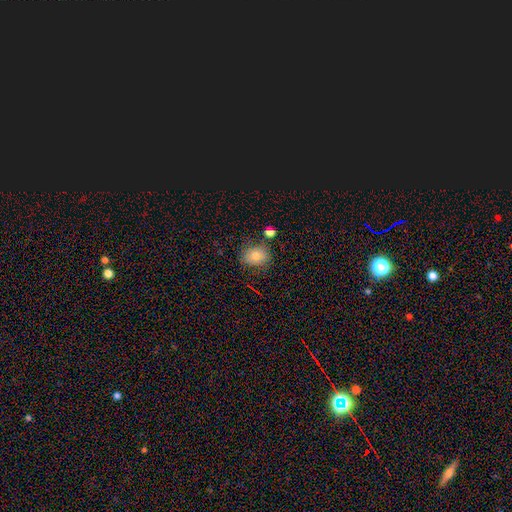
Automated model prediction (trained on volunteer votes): Smooth or featured: smooth — 76% (featured or disk — 12%)
How rounded: round — 53% (in between — 46%)
Merging: none — 74% (minor disturbance — 16%)